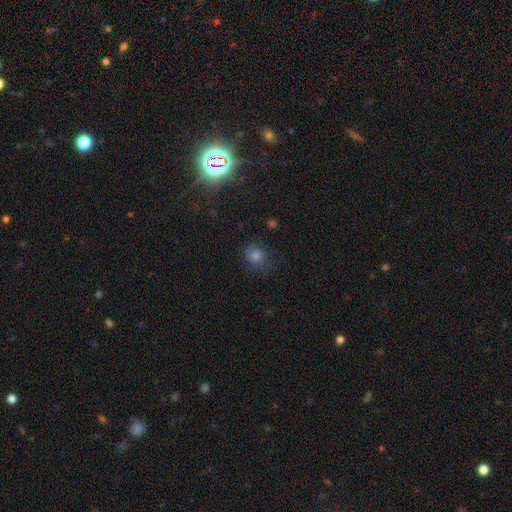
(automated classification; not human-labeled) The model was most divided on "smooth or featured": smooth: 63%, star or artifact: 29%, featured or disk: 8%. More confident: merging — none (73%); how rounded — round (72%).